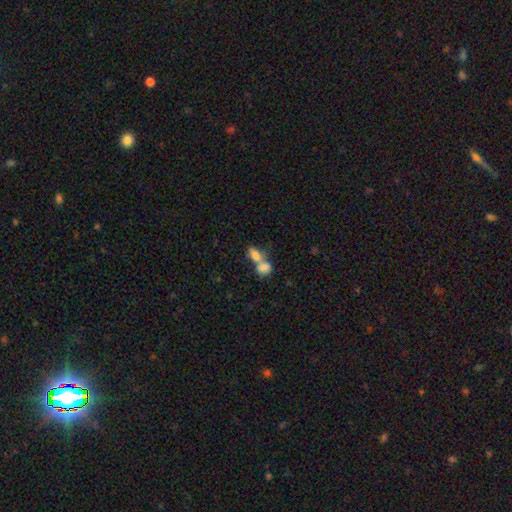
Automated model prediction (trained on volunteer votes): smooth_or_featured: smooth (p=0.77) [alt: featured or disk p=0.14]
how_rounded: in between (p=0.85) [alt: round p=0.11]
merging: merger (p=0.69) [alt: none p=0.20]